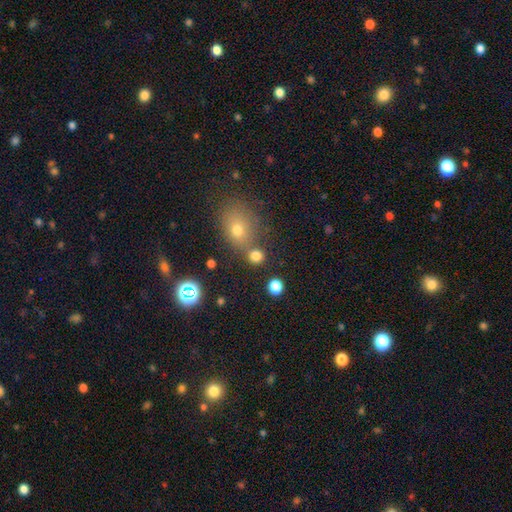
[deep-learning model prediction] Smooth or featured?
  - smooth: 79% *
  - star or artifact: 15%
  - featured or disk: 7%
How rounded?
  - round: 82% *
  - in between: 17%
  - cigar-shaped: 1%
Merging?
  - none: 67% *
  - merger: 20%
  - minor disturbance: 8%
  - major disturbance: 4%